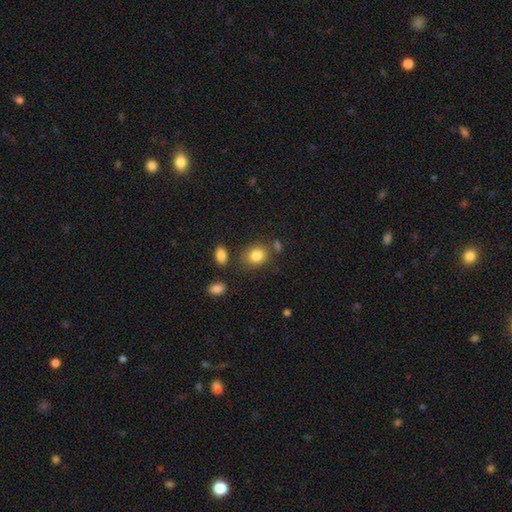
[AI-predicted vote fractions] smooth-or-featured: smooth: 84% | star or artifact: 9% | featured or disk: 6%
  how-rounded: round: 60% | in between: 39% | cigar-shaped: 1%
  merging: none: 74% | minor disturbance: 13% | merger: 8% | major disturbance: 5%